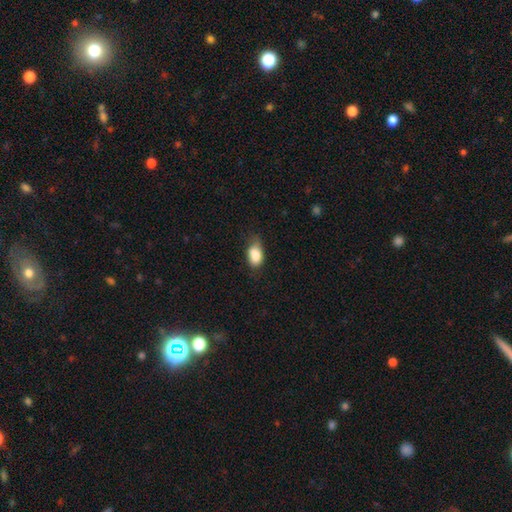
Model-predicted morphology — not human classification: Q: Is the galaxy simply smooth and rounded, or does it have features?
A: smooth — 85%.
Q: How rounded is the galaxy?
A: in between — 86%.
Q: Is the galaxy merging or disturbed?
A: none — 53%.